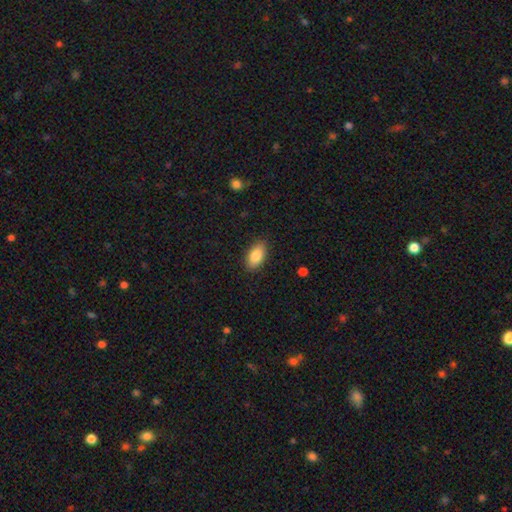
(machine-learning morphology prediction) Smooth or featured? smooth (84%)
How rounded? in between (92%)
Merging? none (87%)